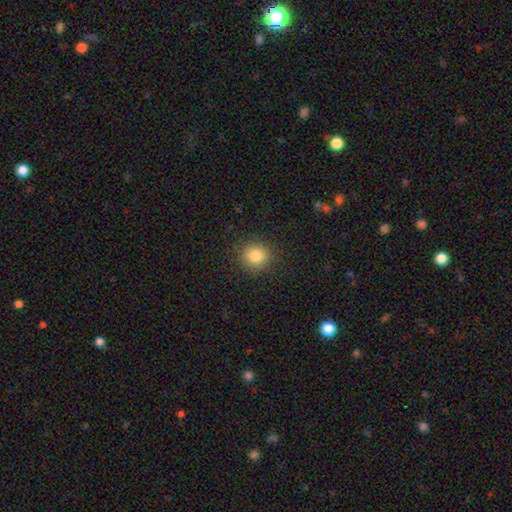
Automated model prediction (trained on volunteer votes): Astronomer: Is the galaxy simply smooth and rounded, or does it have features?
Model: smooth — 83%.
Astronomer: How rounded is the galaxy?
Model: round — 91%.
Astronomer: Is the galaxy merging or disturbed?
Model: none — 90%.